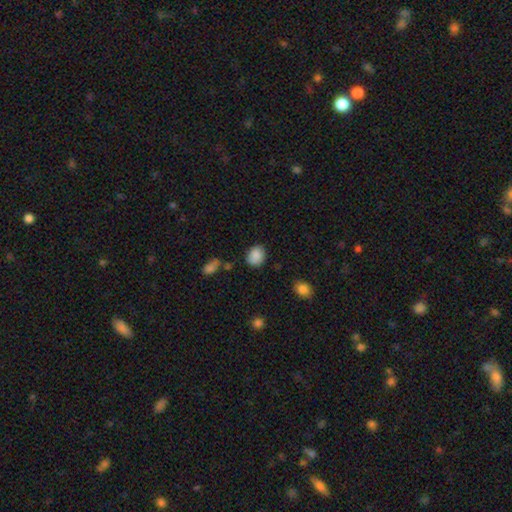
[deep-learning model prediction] smooth-or-featured: smooth: 87% | star or artifact: 8% | featured or disk: 5%
  how-rounded: round: 51% | in between: 48% | cigar-shaped: 1%
  merging: none: 78% | minor disturbance: 16% | major disturbance: 3% | merger: 3%